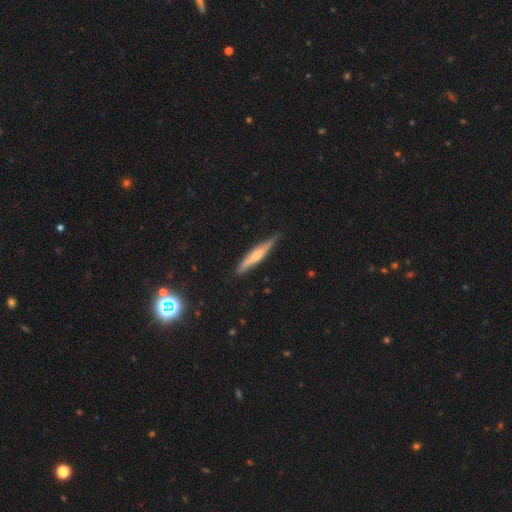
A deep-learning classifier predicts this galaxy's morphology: smooth_or_featured: featured or disk (p=0.49) [alt: smooth p=0.45]
merging: none (p=0.79) [alt: minor disturbance p=0.17]